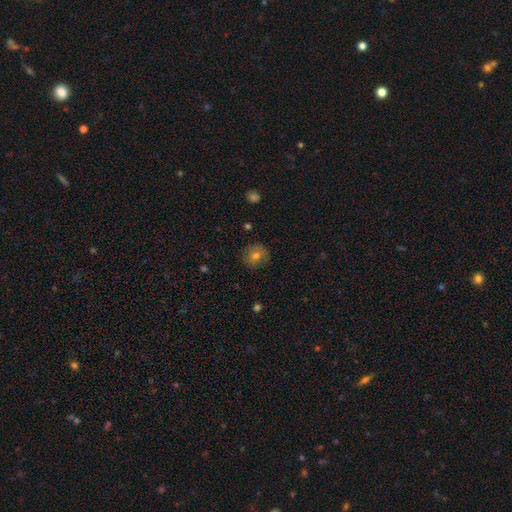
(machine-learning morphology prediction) Smooth or featured? smooth (69%)
How rounded? round (85%)
Merging? none (83%)